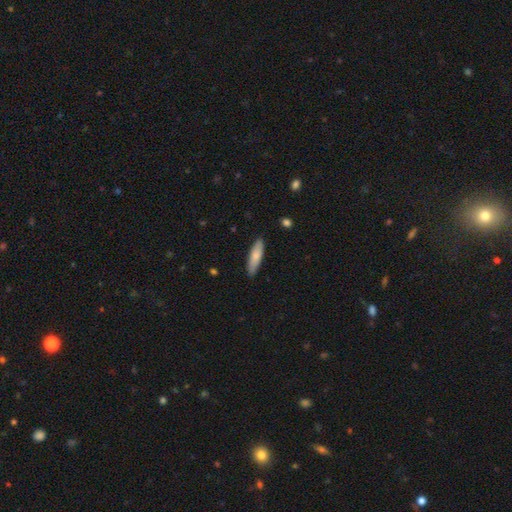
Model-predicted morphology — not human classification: A smooth galaxy with no disk features (75%) that is cigar-shaped (61%).

Vote fractions:
- Smooth or featured? smooth: 75% / featured or disk: 20% / star or artifact: 5%
- How rounded? cigar-shaped: 61% / in between: 38% / round: 2%
- Merging? none: 84% / minor disturbance: 13% / major disturbance: 2% / merger: 1%